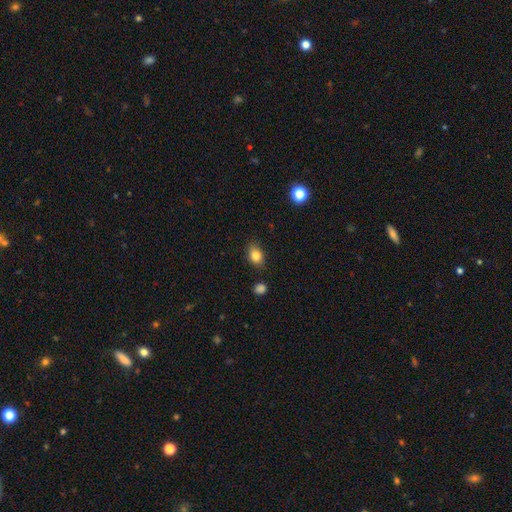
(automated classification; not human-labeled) Morphology: type=smooth (83%); roundness=in between (74%); merging=none (80%).